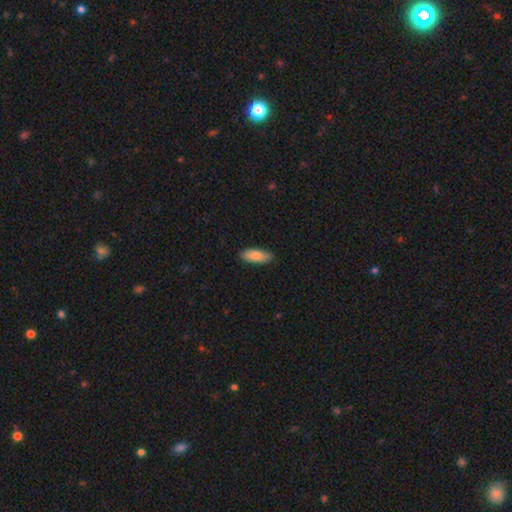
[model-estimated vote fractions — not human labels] Smooth or featured? smooth (85%)
How rounded? in between (76%)
Merging? none (84%)